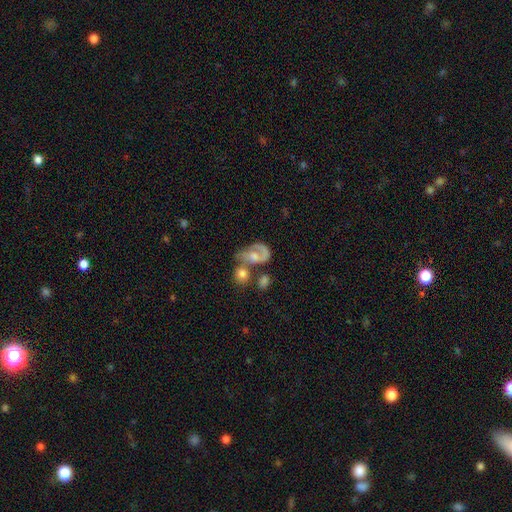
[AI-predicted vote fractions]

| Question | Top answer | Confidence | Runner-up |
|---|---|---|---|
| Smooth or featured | featured or disk | 56% | smooth (36%) |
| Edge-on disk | no | 97% | yes (3%) |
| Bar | no | 73% | weak (22%) |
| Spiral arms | yes | 69% | no (31%) |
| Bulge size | moderate | 48% | small (19%) |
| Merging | merger | 35% | none (26%) |